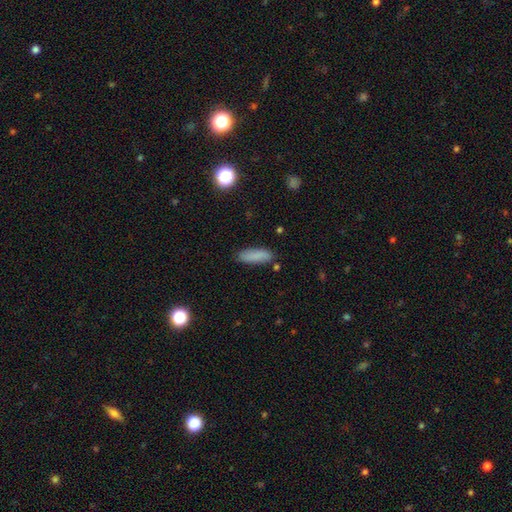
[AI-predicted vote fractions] The model was most divided on "how rounded": in between: 51%, cigar-shaped: 47%, round: 2%. More confident: smooth or featured — smooth (85%); merging — none (83%).